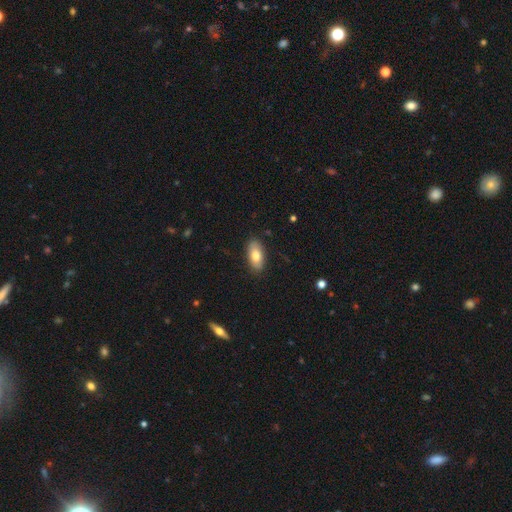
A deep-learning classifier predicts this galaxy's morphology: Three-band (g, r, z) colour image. It shows a smooth galaxy with no disk features (77%) that is in between round and cigar-shaped (90%). Merging: none (87%).